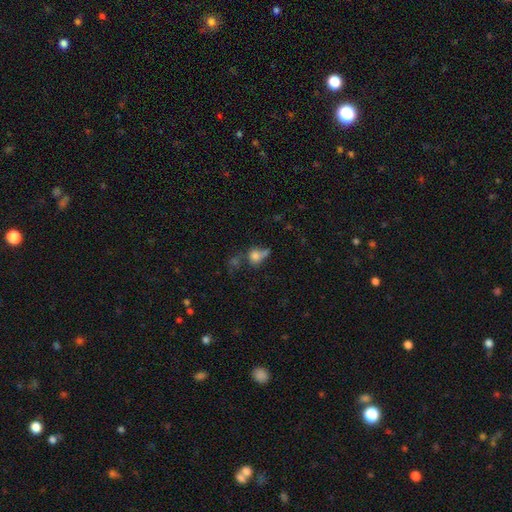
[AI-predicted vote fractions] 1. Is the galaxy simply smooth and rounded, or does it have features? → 72% smooth, 14% star or artifact, 13% featured or disk.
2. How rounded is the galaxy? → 69% round, 29% in between, 2% cigar-shaped.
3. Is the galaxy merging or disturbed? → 36% none, 32% merger, 16% minor disturbance, 16% major disturbance.